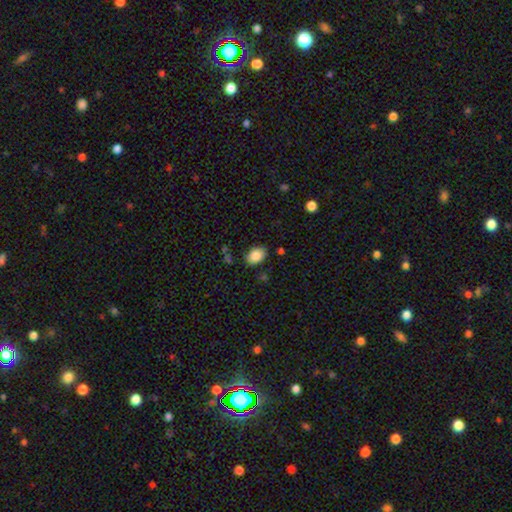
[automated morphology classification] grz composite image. It shows a smooth galaxy with no disk features (86%) that is in between round and cigar-shaped (78%). Merging: none (81%).